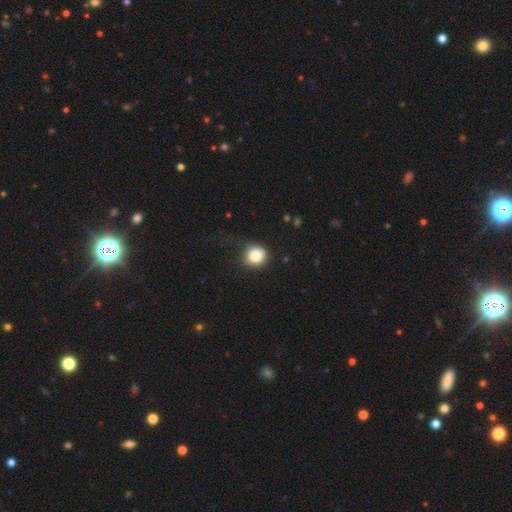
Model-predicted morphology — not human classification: A smooth galaxy with no disk features (83%) that is round (85%). Merging: none (55%).